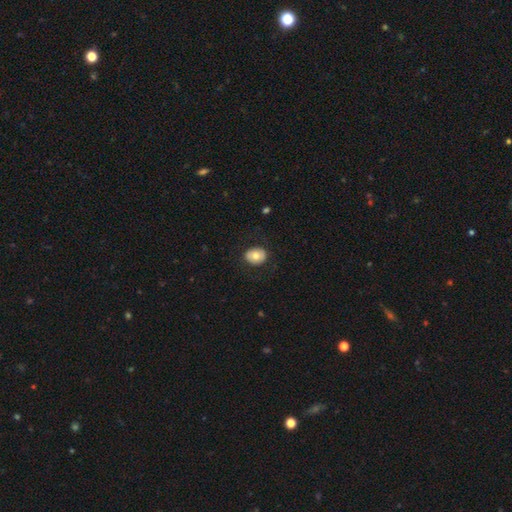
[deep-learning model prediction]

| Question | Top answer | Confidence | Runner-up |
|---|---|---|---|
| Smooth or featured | smooth | 72% | featured or disk (21%) |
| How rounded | in between | 54% | round (45%) |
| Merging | none | 84% | minor disturbance (11%) |